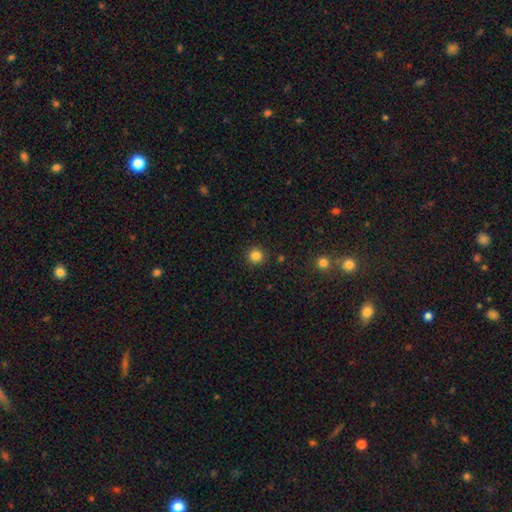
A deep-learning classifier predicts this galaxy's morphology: smooth_or_featured: smooth (p=0.83) [alt: star or artifact p=0.13]
how_rounded: round (p=0.95) [alt: in between p=0.04]
merging: none (p=0.91) [alt: minor disturbance p=0.05]